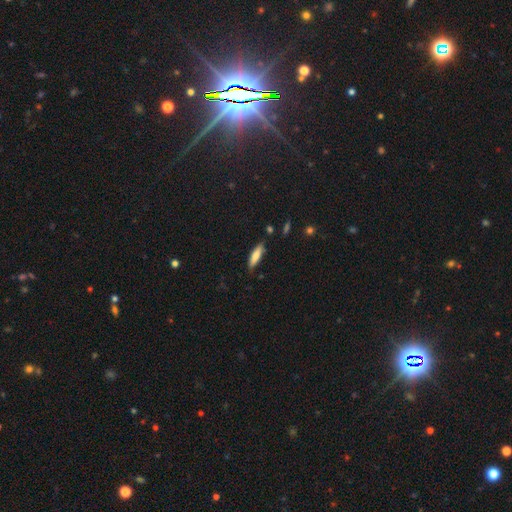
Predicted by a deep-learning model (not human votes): This is likely a smooth galaxy (77%). How rounded: likely cigar-shaped (62%). Merging: likely none (80%).